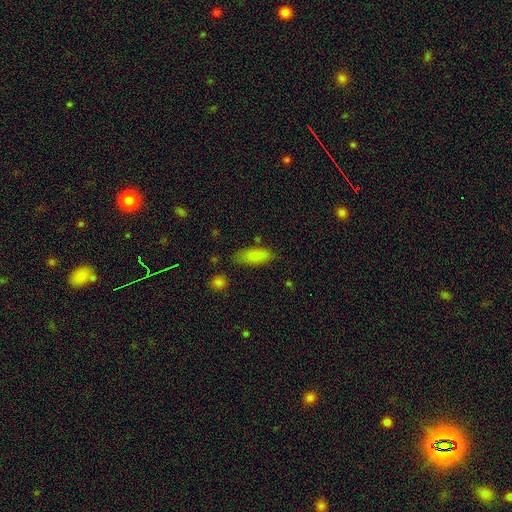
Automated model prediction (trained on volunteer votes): smooth_or_featured: smooth (p=0.86) [alt: star or artifact p=0.07]
how_rounded: in between (p=0.77) [alt: cigar-shaped p=0.21]
merging: none (p=0.77) [alt: minor disturbance p=0.16]